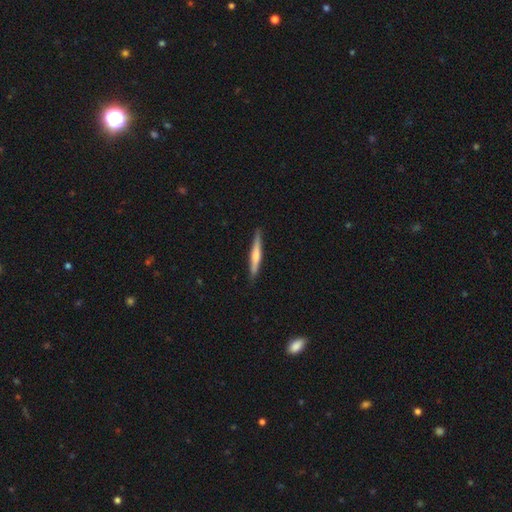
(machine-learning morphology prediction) Q: Smooth or featured?
A: smooth (49%); runner-up: featured or disk (45%)
Q: Merging?
A: none (89%); runner-up: minor disturbance (9%)